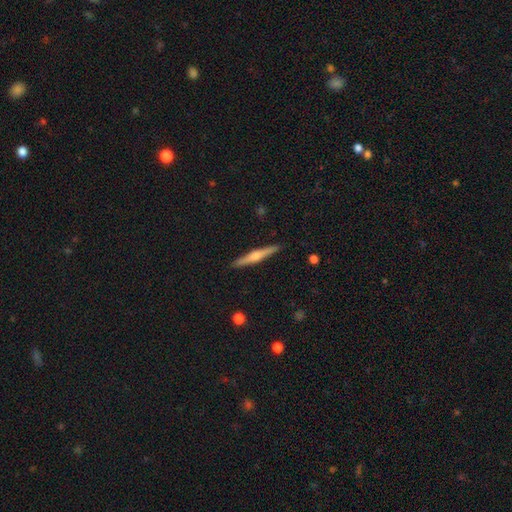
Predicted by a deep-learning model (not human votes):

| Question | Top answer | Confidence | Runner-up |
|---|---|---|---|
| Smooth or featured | featured or disk | 63% | smooth (31%) |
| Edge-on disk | yes | 98% | no (2%) |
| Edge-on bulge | rounded | 80% | boxy (12%) |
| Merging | none | 91% | minor disturbance (6%) |